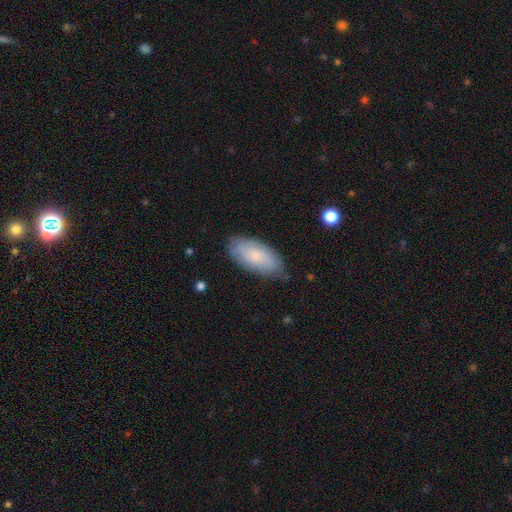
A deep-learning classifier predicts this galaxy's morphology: Smooth or featured?
  - smooth: 72% *
  - featured or disk: 22%
  - star or artifact: 6%
How rounded?
  - in between: 92% *
  - cigar-shaped: 5%
  - round: 2%
Merging?
  - none: 77% *
  - minor disturbance: 19%
  - major disturbance: 3%
  - merger: 1%